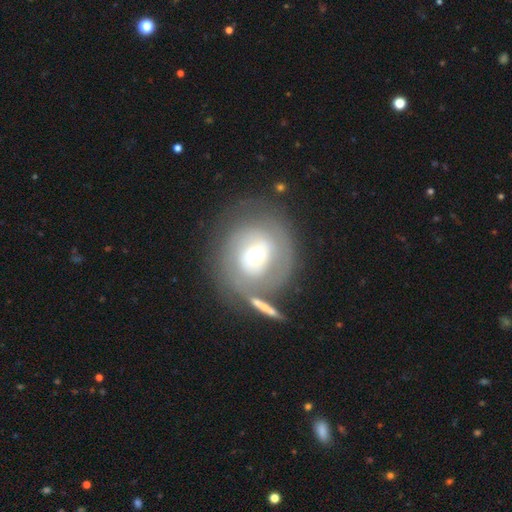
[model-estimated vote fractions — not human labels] Morphology: type=featured or disk (57%); edge-on=no (95%); bar=no (61%); spiral arms=yes (61%); bulge=moderate (54%); merging=none (58%).